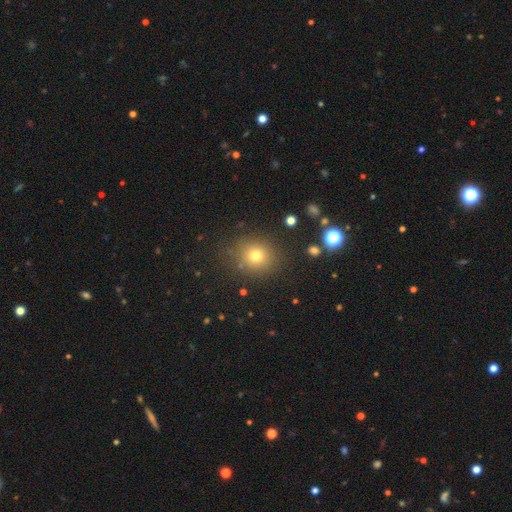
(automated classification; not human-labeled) Q: Smooth or featured?
A: smooth (75%); runner-up: star or artifact (17%)
Q: How rounded?
A: round (80%); runner-up: in between (19%)
Q: Merging?
A: none (85%); runner-up: minor disturbance (9%)